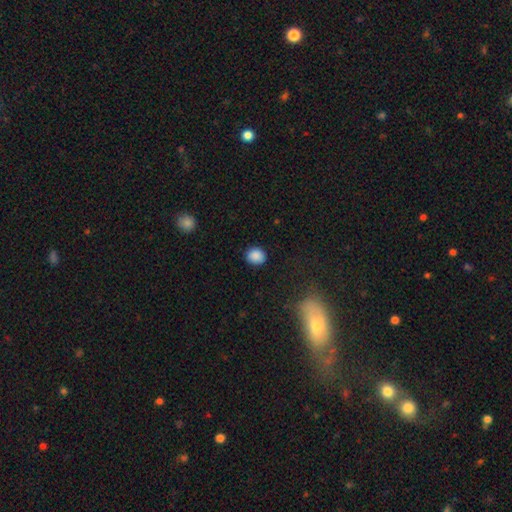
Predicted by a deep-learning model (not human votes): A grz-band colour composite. It shows a smooth galaxy with no disk features (88%) that is round (73%). Merging: none (87%).